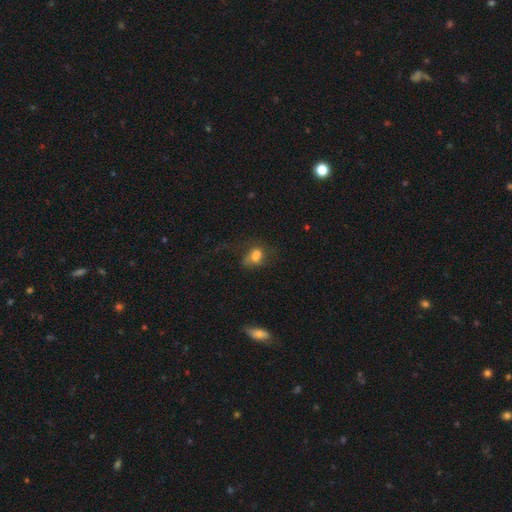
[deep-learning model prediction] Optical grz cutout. It shows a smooth galaxy with no disk features (63%) that is in between round and cigar-shaped (73%). Merging: none (34%).